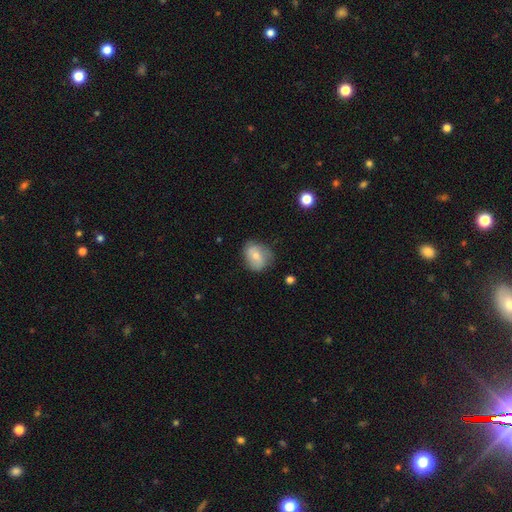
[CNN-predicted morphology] A smooth galaxy with no disk features (60%) that is round (51%).

Vote fractions:
- Smooth or featured? smooth: 60% / featured or disk: 33% / star or artifact: 8%
- How rounded? round: 51% / in between: 48% / cigar-shaped: 1%
- Merging? none: 61% / minor disturbance: 29% / major disturbance: 8% / merger: 2%